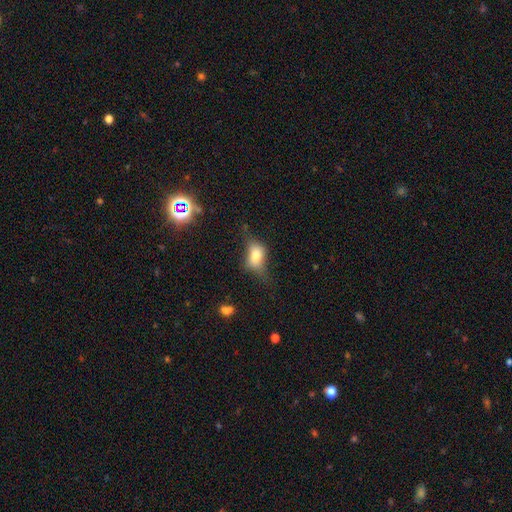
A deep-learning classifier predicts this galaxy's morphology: Q: Smooth or featured?
A: smooth (62%); runner-up: featured or disk (28%)
Q: How rounded?
A: in between (73%); runner-up: round (22%)
Q: Merging?
A: none (47%); runner-up: minor disturbance (30%)